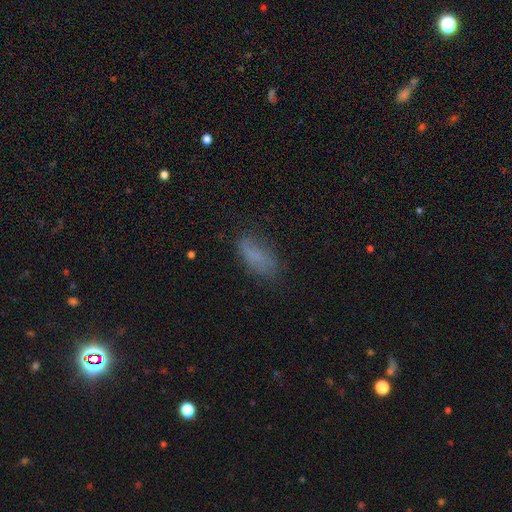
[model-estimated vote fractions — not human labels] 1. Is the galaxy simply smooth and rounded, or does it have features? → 74% smooth, 14% featured or disk, 12% star or artifact.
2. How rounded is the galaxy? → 82% in between, 15% cigar-shaped, 3% round.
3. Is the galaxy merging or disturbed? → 63% none, 24% minor disturbance, 11% major disturbance, 2% merger.